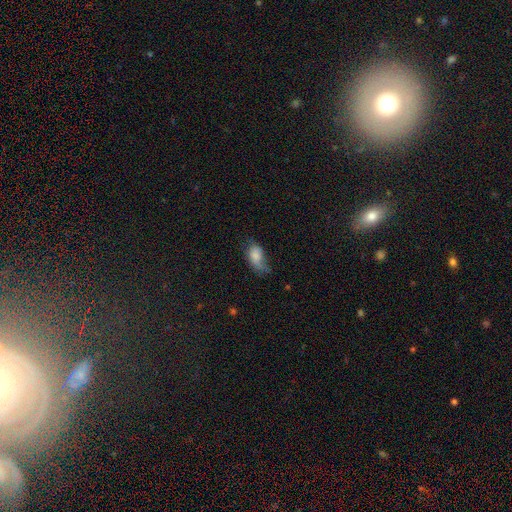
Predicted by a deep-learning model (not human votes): This appears to be a smooth galaxy with no disk features (68%) that is in between round and cigar-shaped (90%). Merging: minor disturbance (33%, tied with none).